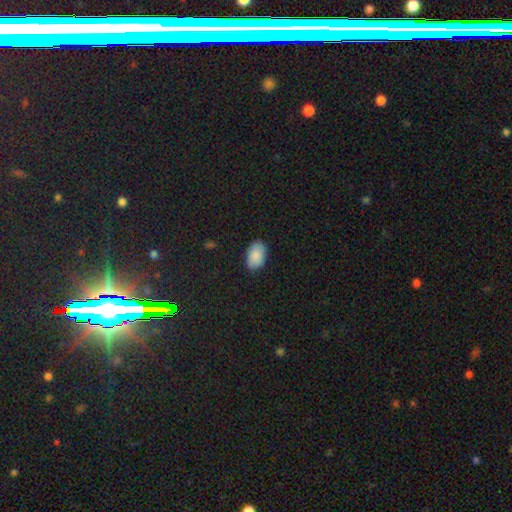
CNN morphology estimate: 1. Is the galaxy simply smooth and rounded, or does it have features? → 89% smooth, 7% star or artifact, 4% featured or disk.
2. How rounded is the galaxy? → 91% in between, 8% round, 1% cigar-shaped.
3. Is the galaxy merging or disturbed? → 85% none, 12% minor disturbance, 2% major disturbance, 1% merger.